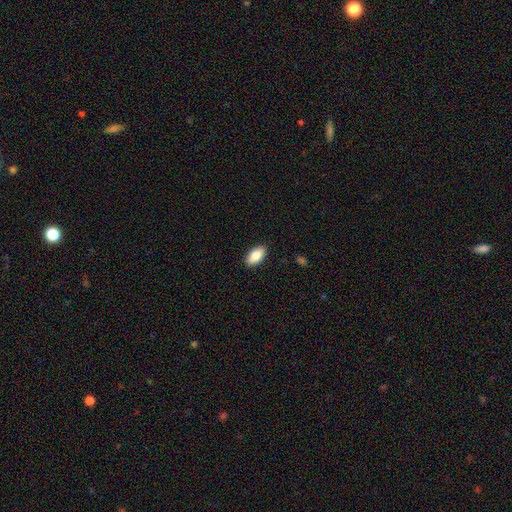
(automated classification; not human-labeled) A smooth galaxy with no disk features (84%) that is in between round and cigar-shaped (93%). Merging: none (90%).